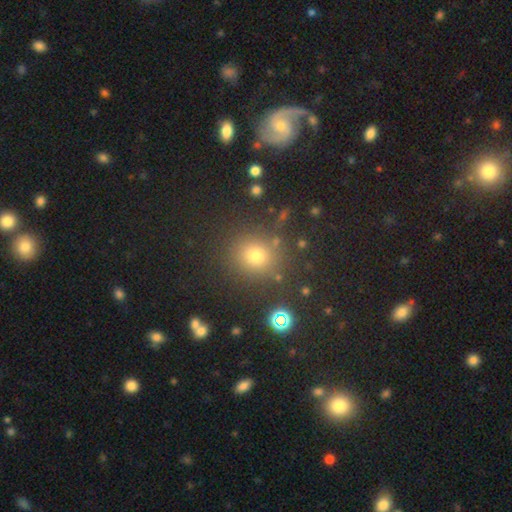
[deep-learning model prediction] This is likely a smooth galaxy (66%). How rounded: clearly round (86%). Merging: clearly none (85%).